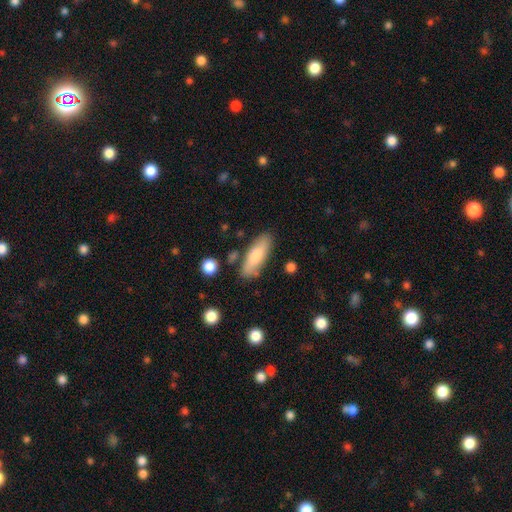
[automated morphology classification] This is likely a smooth galaxy (71%). How rounded: possibly in between (56%). Merging: clearly none (81%).